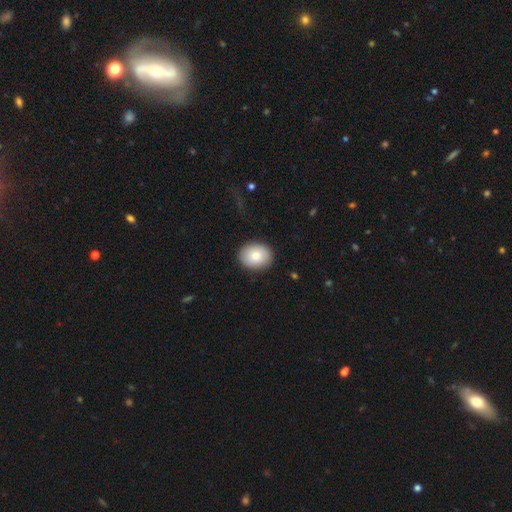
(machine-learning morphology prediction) This appears to be a smooth galaxy with no disk features (83%) that is round (52%). Merging: none (89%).